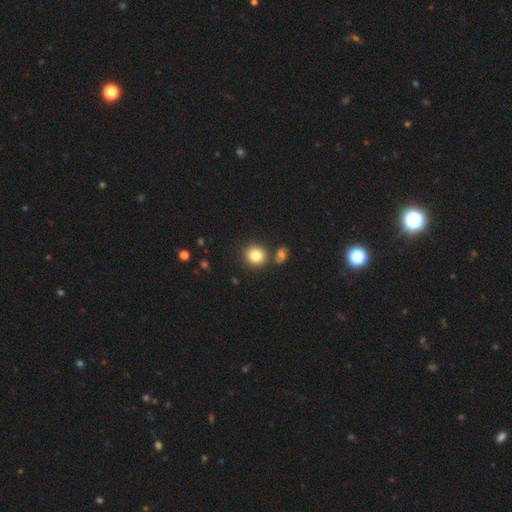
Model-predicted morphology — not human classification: Overall: smooth (83%). How rounded: round (88%). Merging: none (78%).